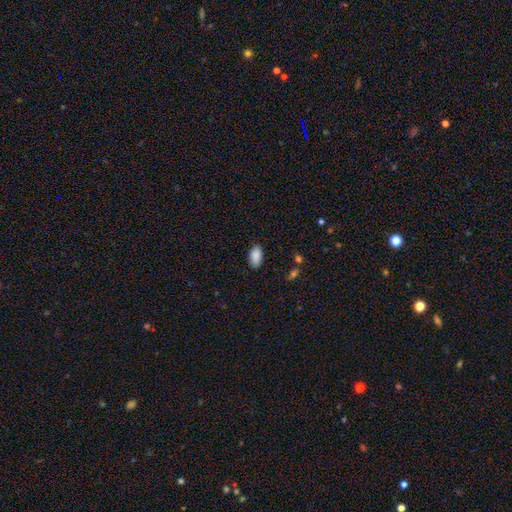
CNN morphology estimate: Smooth or featured: smooth — 89% (star or artifact — 7%)
How rounded: in between — 94% (cigar-shaped — 3%)
Merging: none — 85% (minor disturbance — 12%)